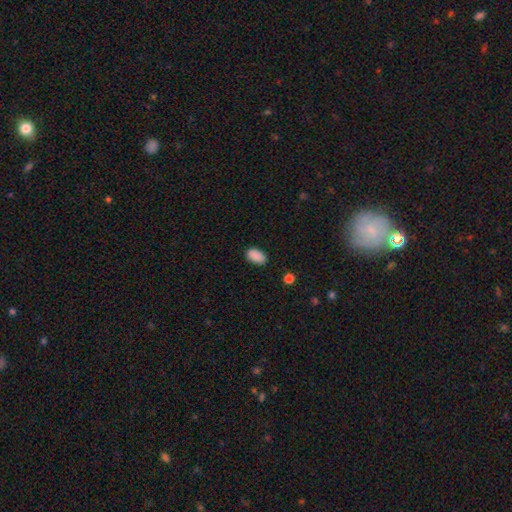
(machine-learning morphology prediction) The model was most divided on "merging": none: 85%, minor disturbance: 12%, major disturbance: 2%, merger: 1%. More confident: how rounded — in between (93%); smooth or featured — smooth (89%).